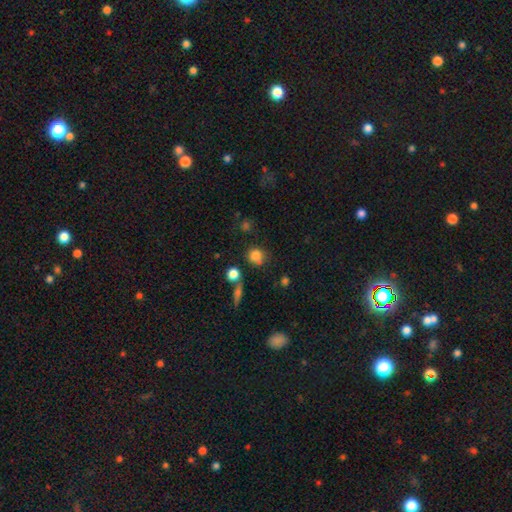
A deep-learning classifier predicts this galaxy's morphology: smooth-or-featured: smooth: 81% | star or artifact: 12% | featured or disk: 7%
  how-rounded: round: 83% | in between: 16% | cigar-shaped: 1%
  merging: none: 70% | minor disturbance: 15% | merger: 11% | major disturbance: 5%